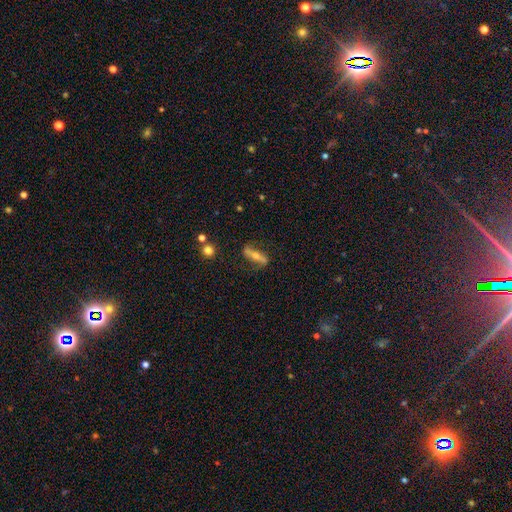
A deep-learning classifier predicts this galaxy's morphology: smooth_or_featured: featured or disk (p=0.57) [alt: smooth p=0.35]
disk_edge_on: yes (p=0.55) [alt: no p=0.45]
merging: none (p=0.77) [alt: minor disturbance p=0.15]